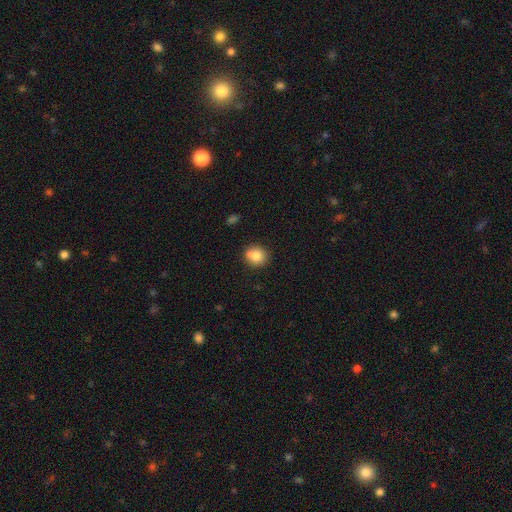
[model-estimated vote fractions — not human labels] Q: Smooth or featured?
A: smooth (80%); runner-up: featured or disk (10%)
Q: How rounded?
A: round (84%); runner-up: in between (15%)
Q: Merging?
A: none (69%); runner-up: minor disturbance (14%)